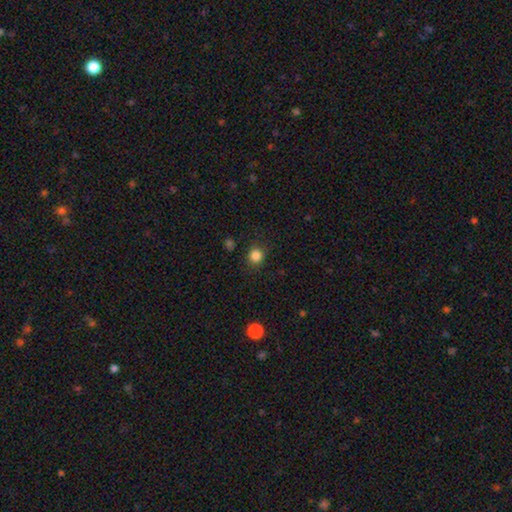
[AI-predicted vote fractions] Smooth or featured: smooth — 84% (star or artifact — 12%)
How rounded: round — 88% (in between — 11%)
Merging: none — 87% (minor disturbance — 9%)